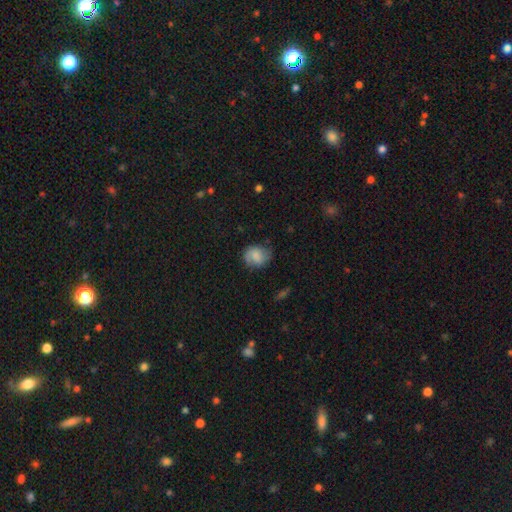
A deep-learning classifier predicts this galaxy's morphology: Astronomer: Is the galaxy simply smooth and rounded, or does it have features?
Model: smooth — 71%.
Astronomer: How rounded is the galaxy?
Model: round — 60% (runner-up: in between, 39%).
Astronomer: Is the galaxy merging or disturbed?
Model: none — 67%.